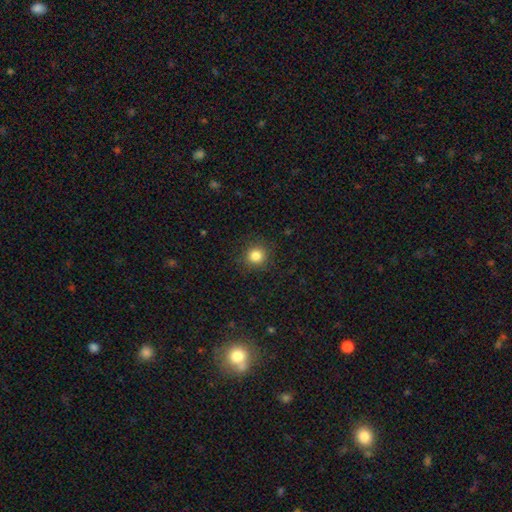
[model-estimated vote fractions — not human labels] Morphology: type=smooth (83%); roundness=round (94%); merging=none (90%).